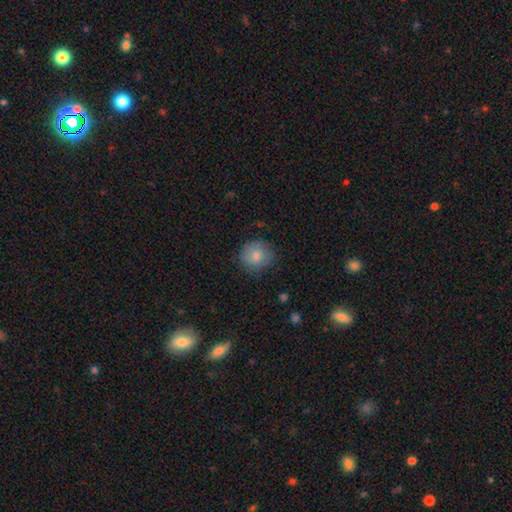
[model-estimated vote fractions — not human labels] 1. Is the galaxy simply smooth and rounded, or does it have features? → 81% smooth, 11% featured or disk, 7% star or artifact.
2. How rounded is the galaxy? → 87% round, 12% in between, 1% cigar-shaped.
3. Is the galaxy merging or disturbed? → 79% none, 15% minor disturbance, 4% major disturbance, 1% merger.